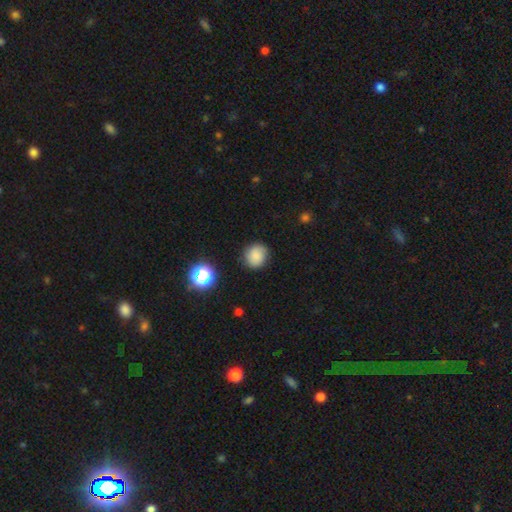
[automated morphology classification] The model was most divided on "how rounded": round: 82%, in between: 17%, cigar-shaped: 1%. More confident: merging — none (84%); smooth or featured — smooth (82%).